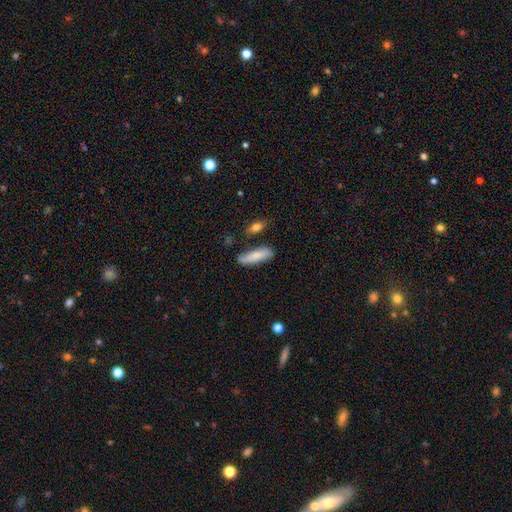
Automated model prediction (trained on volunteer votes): Morphology: type=smooth (70%); roundness=cigar-shaped (51%); merging=none (65%).